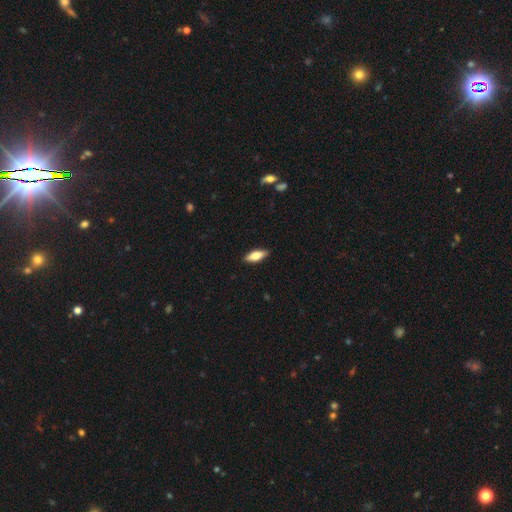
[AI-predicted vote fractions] smooth 67%, featured or disk 27%, star or artifact 6%. Down the decision tree: how rounded — in between (69%); merging — none (89%).